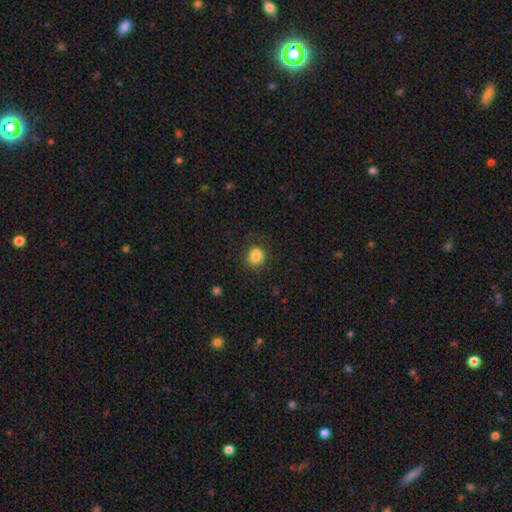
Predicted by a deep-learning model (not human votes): This appears to be a smooth galaxy with no disk features (84%) that is round (82%). Merging: none (80%).